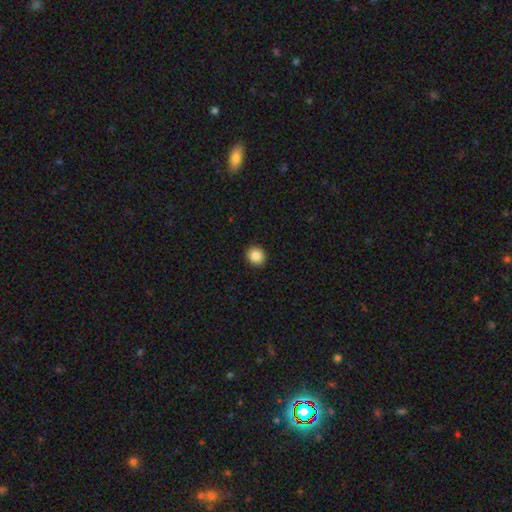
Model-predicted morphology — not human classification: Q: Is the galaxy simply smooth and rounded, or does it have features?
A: smooth — 87%.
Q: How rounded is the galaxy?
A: round — 84%.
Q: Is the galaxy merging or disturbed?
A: none — 92%.